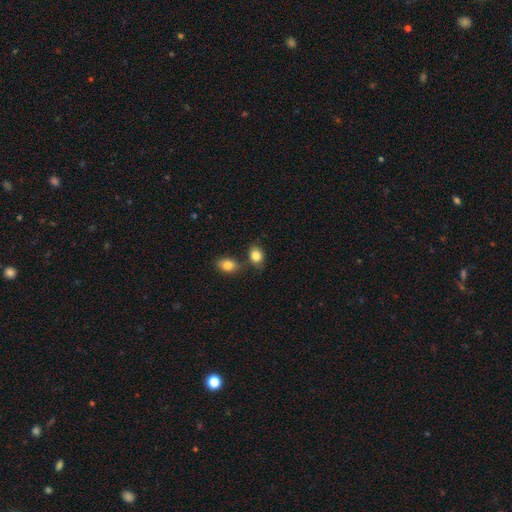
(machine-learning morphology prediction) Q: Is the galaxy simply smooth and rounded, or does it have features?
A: smooth — 85%.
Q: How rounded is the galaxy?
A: in between — 70%.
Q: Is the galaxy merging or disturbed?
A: none — 63%.